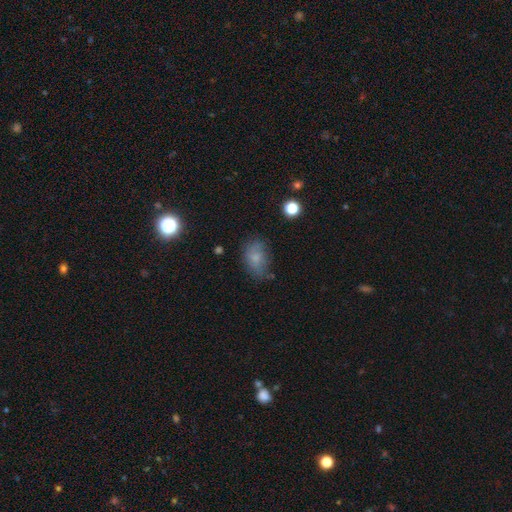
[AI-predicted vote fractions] smooth 74%, featured or disk 14%, star or artifact 12%. Down the decision tree: how rounded — in between (80%); merging — none (64%).